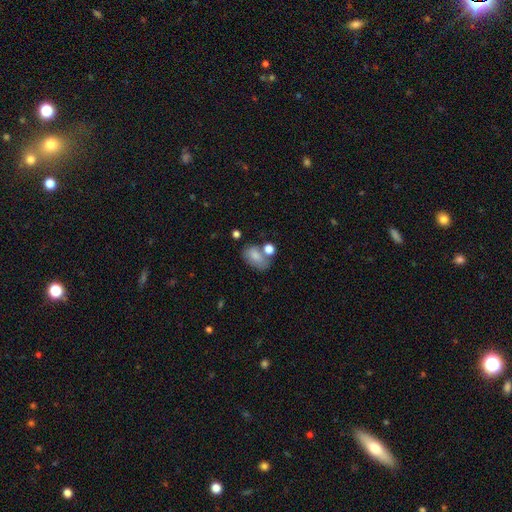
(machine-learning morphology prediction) Smooth or featured?
  - smooth: 77% *
  - featured or disk: 14%
  - star or artifact: 9%
How rounded?
  - in between: 83% *
  - round: 15%
  - cigar-shaped: 2%
Merging?
  - none: 47% *
  - merger: 25%
  - minor disturbance: 20%
  - major disturbance: 9%